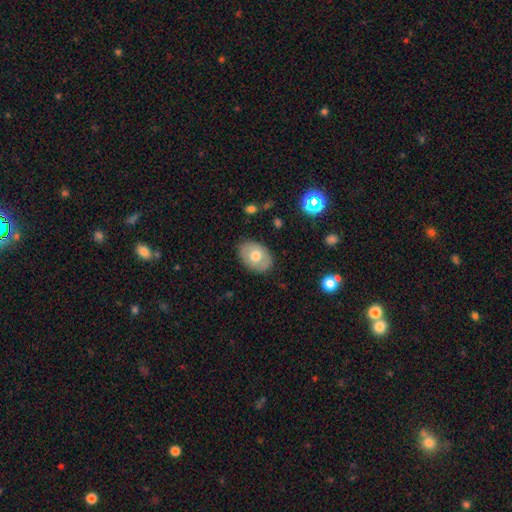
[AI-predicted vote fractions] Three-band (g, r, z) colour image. It shows a smooth galaxy with no disk features (67%) that is in between round and cigar-shaped (76%). Merging: none (85%).